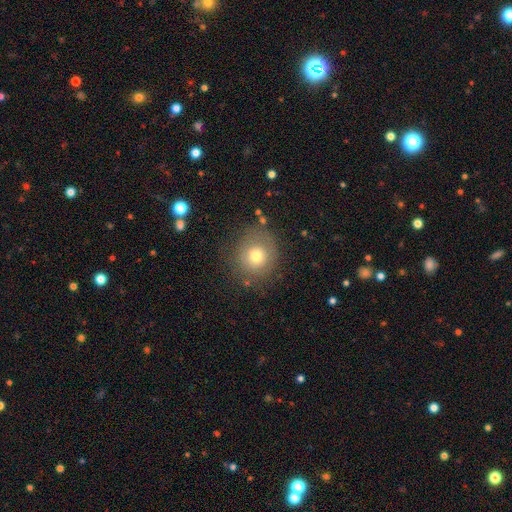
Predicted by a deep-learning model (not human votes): A smooth galaxy with no disk features (70%) that is round (87%). Merging: none (79%).